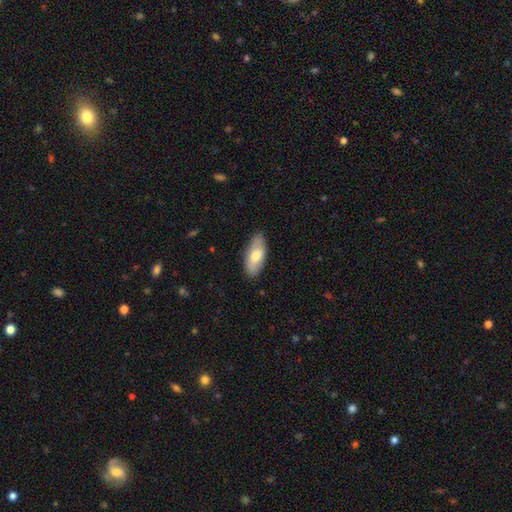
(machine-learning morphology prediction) Smooth or featured: smooth — 70% (featured or disk — 25%)
How rounded: in between — 86% (cigar-shaped — 12%)
Merging: none — 84% (minor disturbance — 13%)